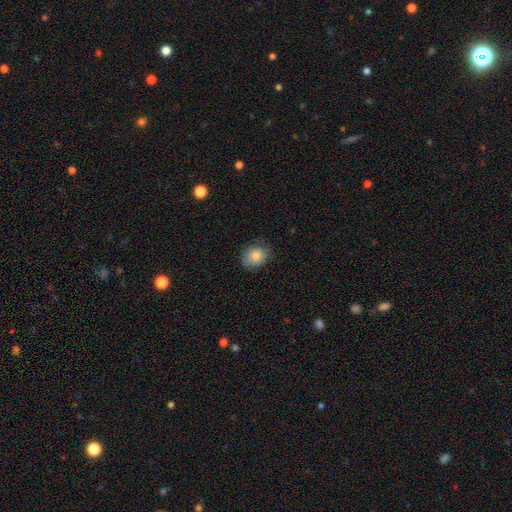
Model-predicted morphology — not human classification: This appears to be a smooth galaxy with no disk features (83%) that is round (59%). Merging: none (74%).